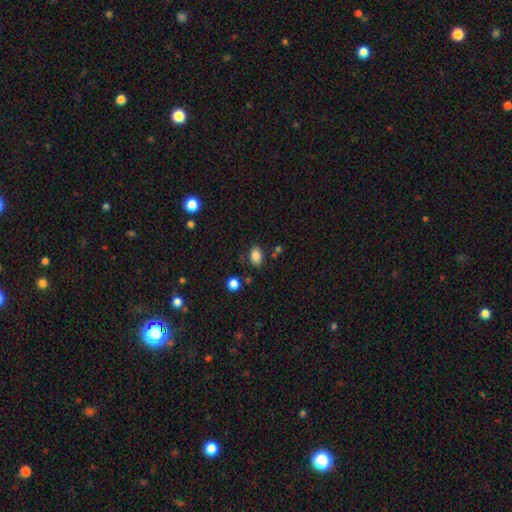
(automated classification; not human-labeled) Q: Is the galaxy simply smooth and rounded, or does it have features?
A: smooth — 85%.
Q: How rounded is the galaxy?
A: in between — 81%.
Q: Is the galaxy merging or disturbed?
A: none — 79%.